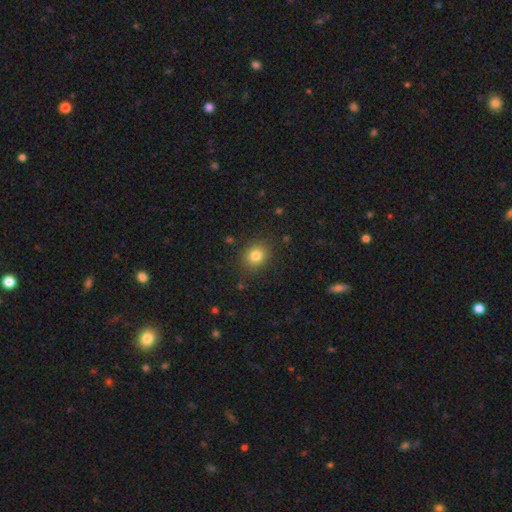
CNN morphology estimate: Smooth or featured?
  - smooth: 81% *
  - star or artifact: 12%
  - featured or disk: 7%
How rounded?
  - round: 66% *
  - in between: 34%
  - cigar-shaped: 1%
Merging?
  - none: 86% *
  - minor disturbance: 9%
  - major disturbance: 3%
  - merger: 1%